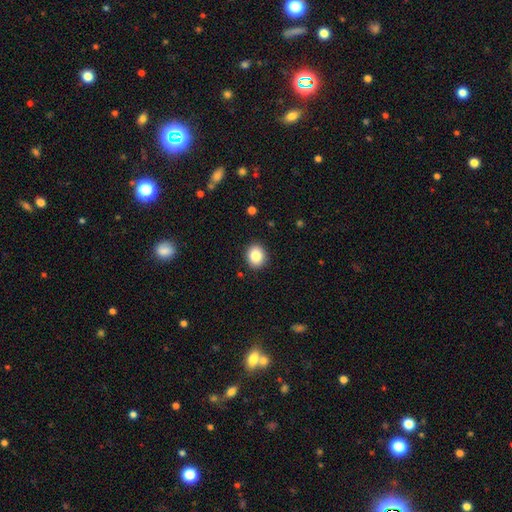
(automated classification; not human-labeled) Smooth or featured: smooth — 84% (star or artifact — 9%)
How rounded: round — 67% (in between — 32%)
Merging: none — 90% (minor disturbance — 7%)